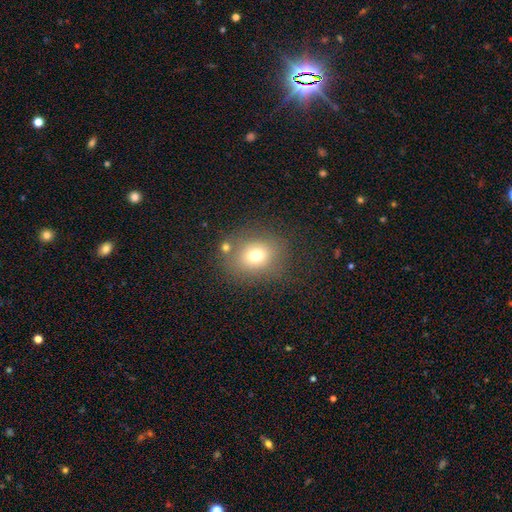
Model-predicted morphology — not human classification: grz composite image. It shows a smooth galaxy with no disk features (71%) that is round (69%). Merging: none (74%).